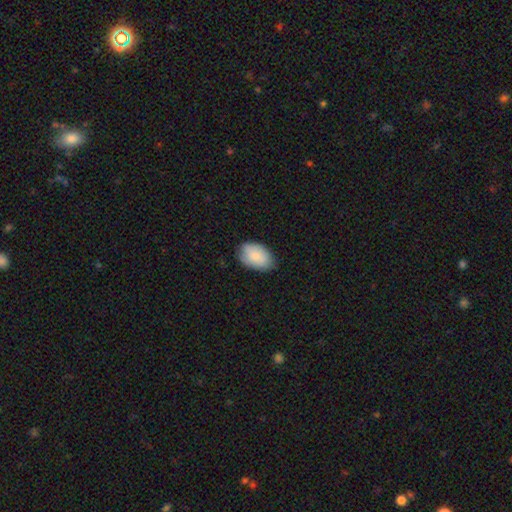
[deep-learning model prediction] Smooth or featured? smooth (79%)
How rounded? in between (89%)
Merging? none (79%)